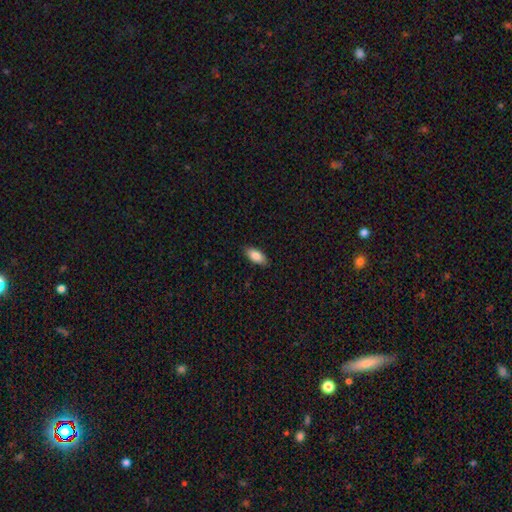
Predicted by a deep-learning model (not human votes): This appears to be a smooth galaxy with no disk features (84%) that is in between round and cigar-shaped (87%). Merging: none (87%).